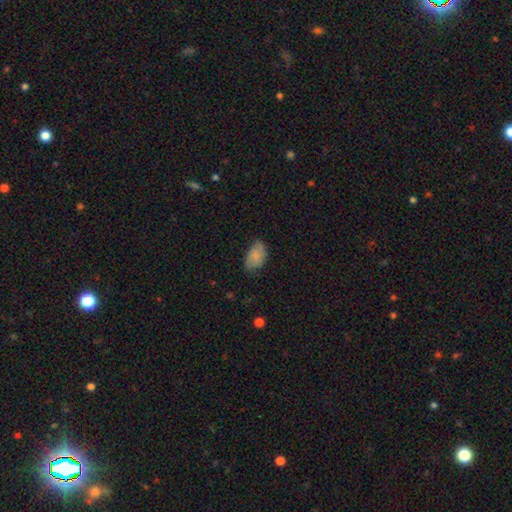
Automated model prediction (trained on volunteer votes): Smooth or featured?
  - smooth: 77% *
  - featured or disk: 16%
  - star or artifact: 7%
How rounded?
  - in between: 92% *
  - round: 7%
  - cigar-shaped: 2%
Merging?
  - none: 66% *
  - minor disturbance: 27%
  - major disturbance: 6%
  - merger: 1%